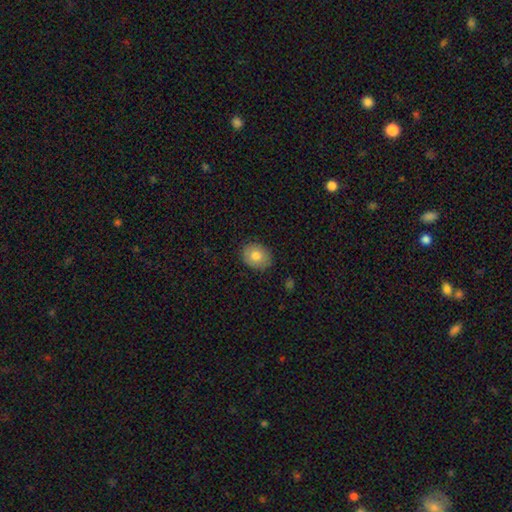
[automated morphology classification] smooth_or_featured: smooth (p=0.78) [alt: featured or disk p=0.14]
how_rounded: in between (p=0.53) [alt: round p=0.47]
merging: none (p=0.86) [alt: minor disturbance p=0.11]